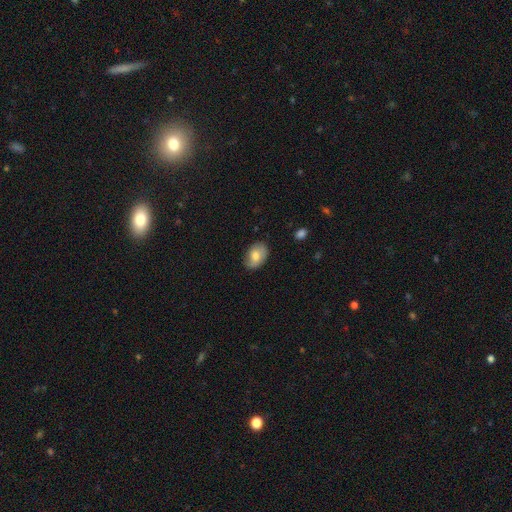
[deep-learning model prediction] smooth-or-featured: smooth: 72% | featured or disk: 20% | star or artifact: 7%
  how-rounded: in between: 84% | round: 15% | cigar-shaped: 1%
  merging: none: 75% | minor disturbance: 20% | major disturbance: 4% | merger: 1%